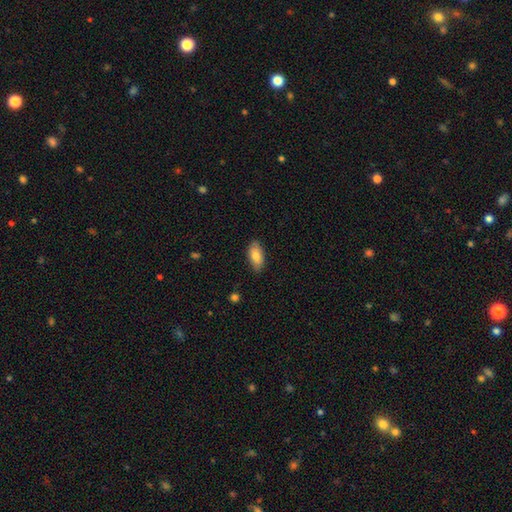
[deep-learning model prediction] Smooth or featured: smooth — 80% (featured or disk — 14%)
How rounded: in between — 90% (cigar-shaped — 7%)
Merging: none — 85% (minor disturbance — 12%)